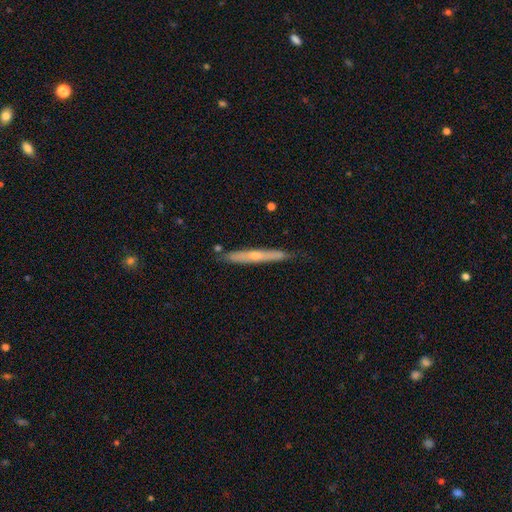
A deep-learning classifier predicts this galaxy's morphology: Smooth or featured? featured or disk (55%)
Edge-on disk? yes (93%)
Edge-on bulge? rounded (65%)
Merging? none (79%)